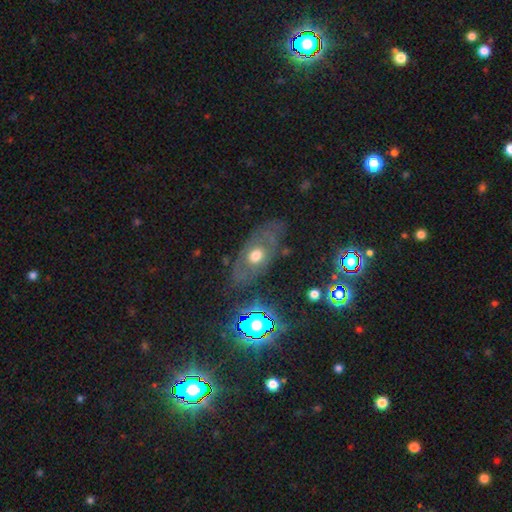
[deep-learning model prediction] Smooth or featured: featured or disk — 53% (smooth — 34%)
Edge-on disk: no — 85% (yes — 15%)
Merging: none — 72% (minor disturbance — 16%)